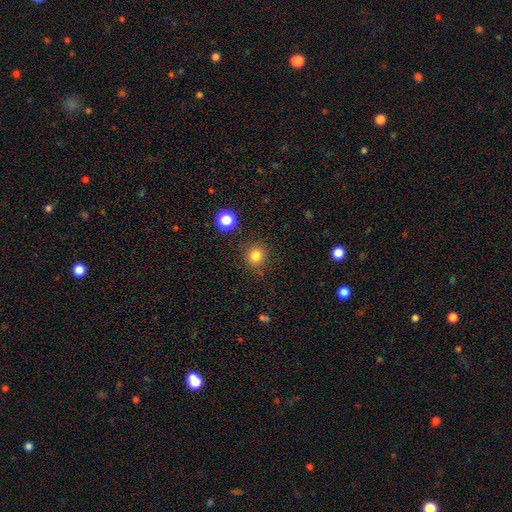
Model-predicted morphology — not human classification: Smooth or featured? Predicted: smooth (p=0.81). How rounded? Predicted: round (p=0.87). Merging? Predicted: none (p=0.87).